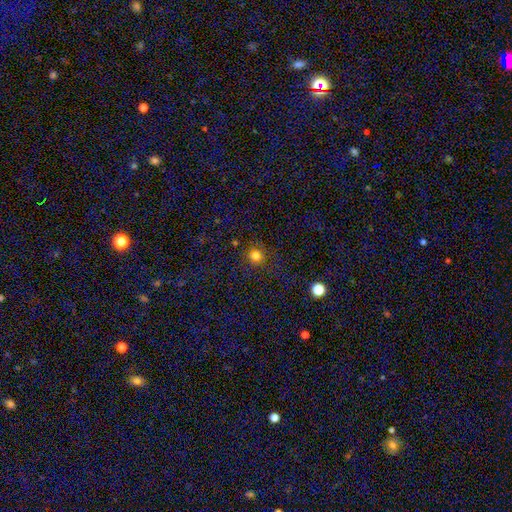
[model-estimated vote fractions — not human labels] Morphology: type=smooth (79%); roundness=round (94%); merging=none (88%).